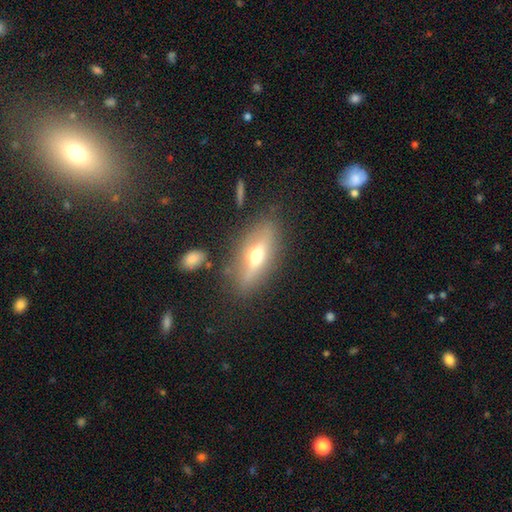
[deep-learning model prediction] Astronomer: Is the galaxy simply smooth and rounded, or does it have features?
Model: featured or disk — 46% (runner-up: smooth, 45%).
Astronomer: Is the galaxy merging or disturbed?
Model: none — 79%.